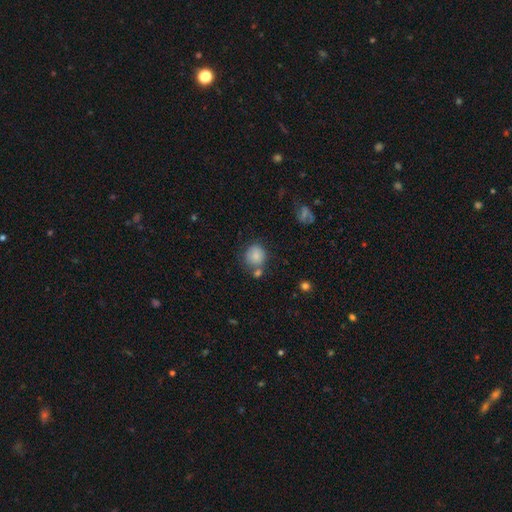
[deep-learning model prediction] smooth-or-featured: smooth: 83% | star or artifact: 9% | featured or disk: 8%
  how-rounded: round: 81% | in between: 18% | cigar-shaped: 1%
  merging: none: 61% | minor disturbance: 17% | merger: 16% | major disturbance: 6%